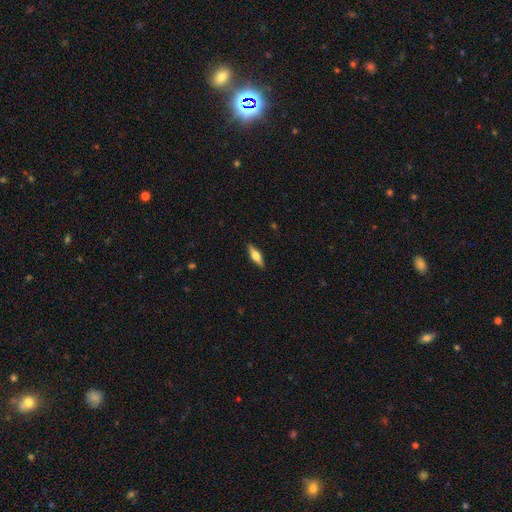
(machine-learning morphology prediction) A featured or disk galaxy (47%).

Vote fractions:
- Smooth or featured? featured or disk: 47% / smooth: 46% / star or artifact: 6%
- Merging? none: 89% / minor disturbance: 8% / major disturbance: 2% / merger: 1%